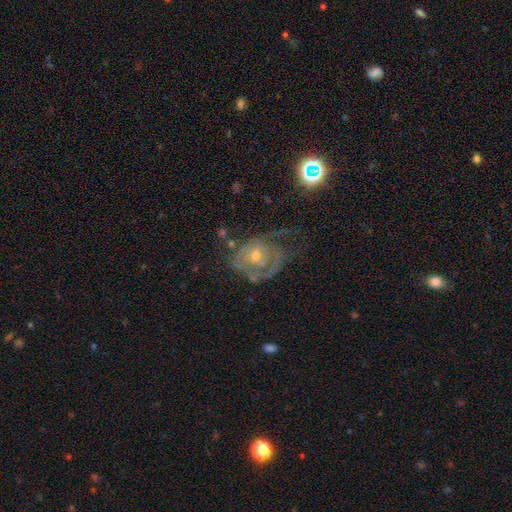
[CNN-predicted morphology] The model was most divided on "bulge size": moderate: 49%, small: 47%, large: 2%, none: 1%, dominant: 1%. Remaining: edge-on disk — no (97%); bar — no (77%); spiral arms — yes (77%); smooth or featured — featured or disk (76%); spiral winding — tight (58%); spiral arm count — can't tell (39%); merging — none (39%).